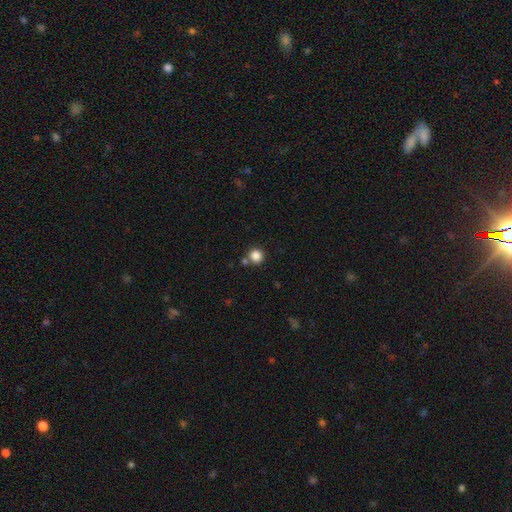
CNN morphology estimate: A smooth galaxy with no disk features (85%) that is round (93%). Merging: none (76%).